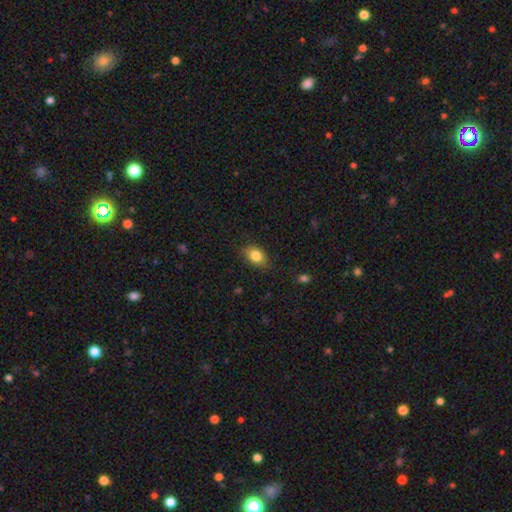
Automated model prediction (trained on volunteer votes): The model was most divided on "how rounded": in between: 80%, round: 18%, cigar-shaped: 2%. More confident: smooth or featured — smooth (83%); merging — none (82%).